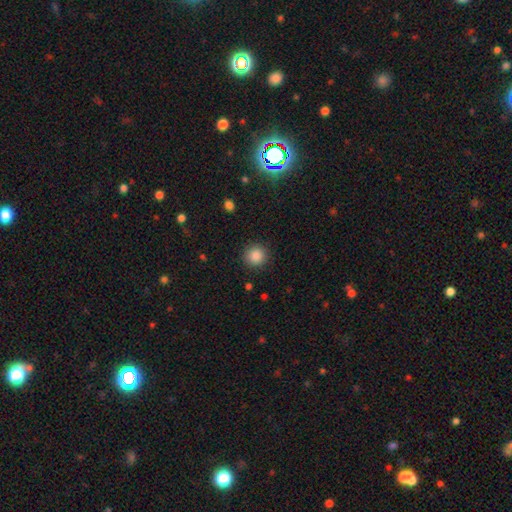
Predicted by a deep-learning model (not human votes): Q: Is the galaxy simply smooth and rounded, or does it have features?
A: smooth — 87%.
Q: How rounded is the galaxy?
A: round — 94%.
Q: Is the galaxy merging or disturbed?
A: none — 90%.